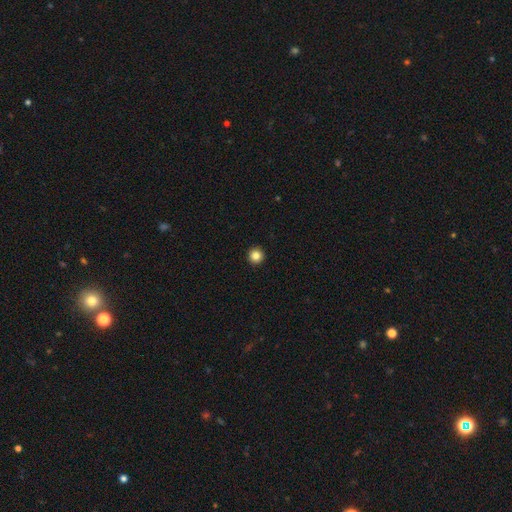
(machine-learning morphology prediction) type=smooth (85%); roundness=round (96%); merging=none (94%).